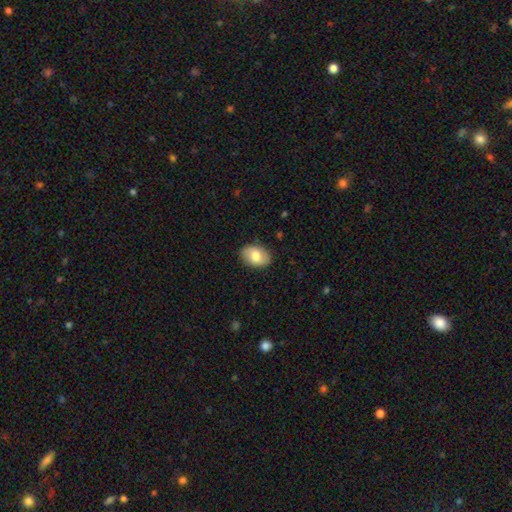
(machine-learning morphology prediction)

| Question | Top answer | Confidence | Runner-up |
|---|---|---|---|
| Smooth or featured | smooth | 73% | featured or disk (20%) |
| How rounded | in between | 84% | round (15%) |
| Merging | none | 85% | minor disturbance (11%) |